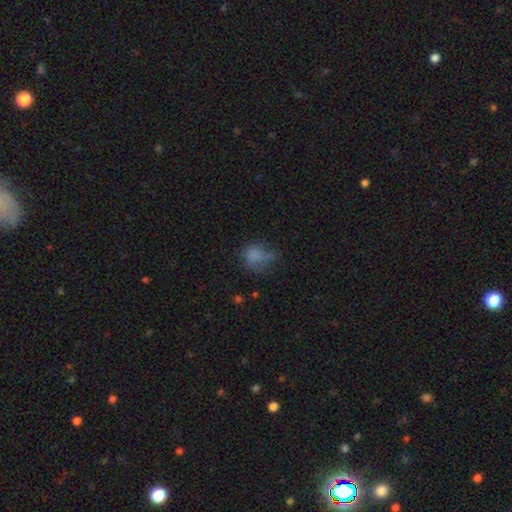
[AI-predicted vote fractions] Smooth or featured? Predicted: smooth (p=0.70). How rounded? Predicted: round (p=0.50). Merging? Predicted: none (p=0.43).